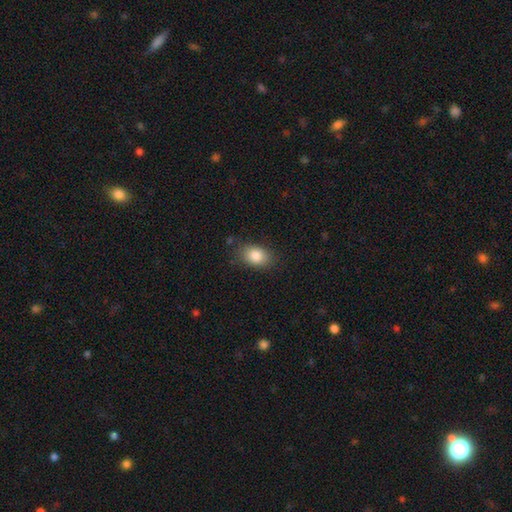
Smooth or featured? 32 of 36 (89%) said smooth. How rounded? 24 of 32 (75%) said in between. Merging? 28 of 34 (82%) said none.